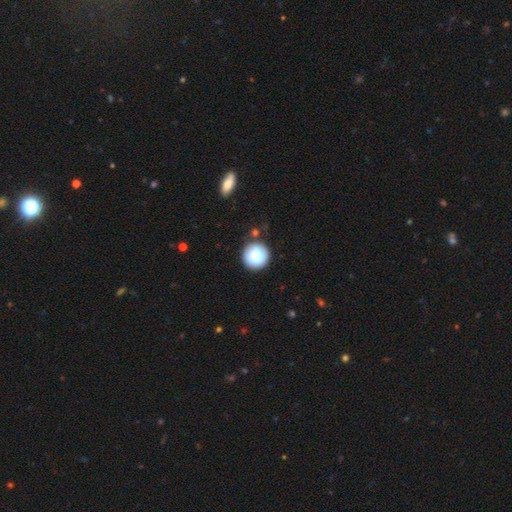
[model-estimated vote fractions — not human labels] Smooth or featured?
  - smooth: 86% *
  - star or artifact: 7%
  - featured or disk: 6%
How rounded?
  - round: 95% *
  - in between: 4%
  - cigar-shaped: 1%
Merging?
  - none: 85% *
  - minor disturbance: 9%
  - merger: 3%
  - major disturbance: 2%